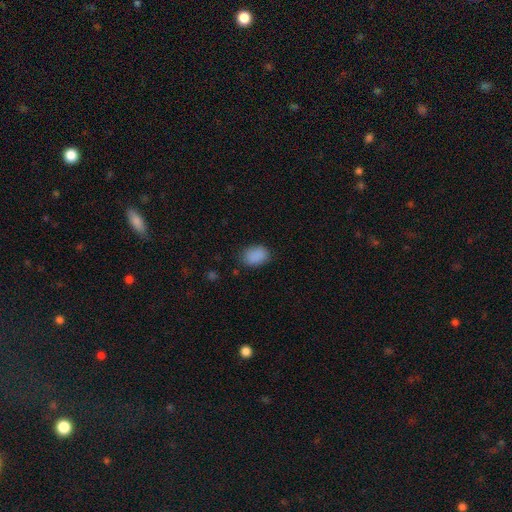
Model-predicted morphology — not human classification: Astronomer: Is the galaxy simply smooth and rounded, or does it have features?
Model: smooth — 88%.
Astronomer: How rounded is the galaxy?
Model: in between — 80%.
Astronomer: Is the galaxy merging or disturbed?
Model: none — 80%.